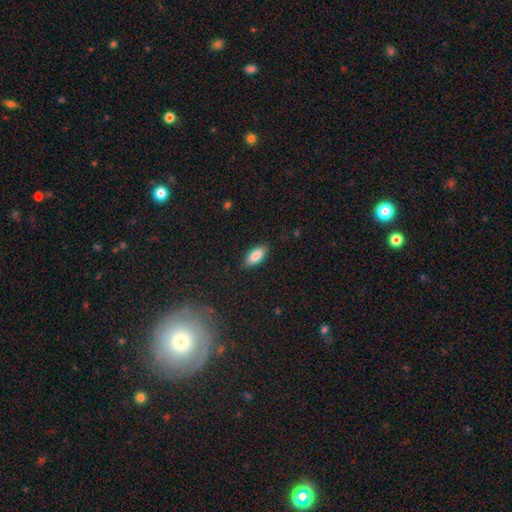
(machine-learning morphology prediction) This is clearly a smooth galaxy (86%). How rounded: clearly in between (88%). Merging: clearly none (87%).